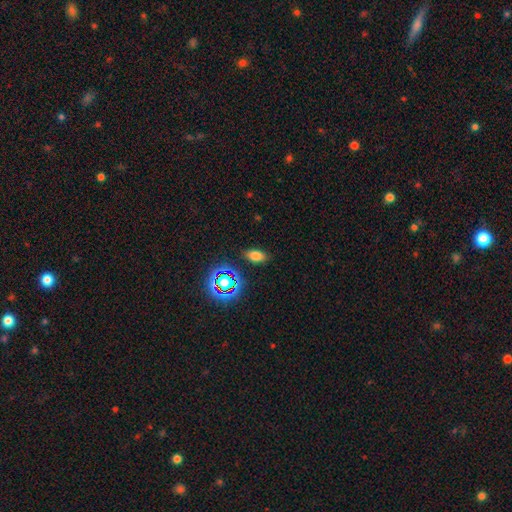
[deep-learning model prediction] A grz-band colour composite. It shows a smooth galaxy with no disk features (72%) that is in between round and cigar-shaped (87%). Merging: none (85%).